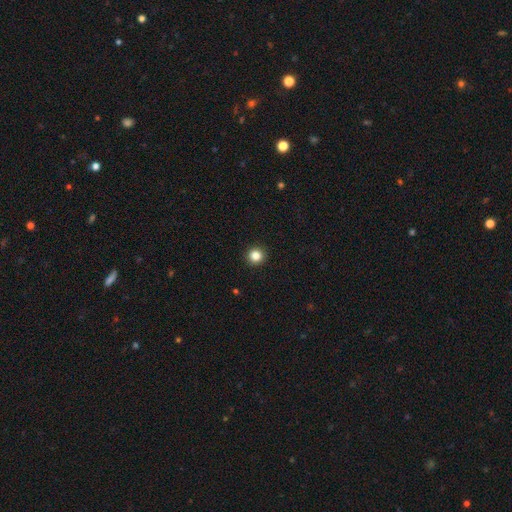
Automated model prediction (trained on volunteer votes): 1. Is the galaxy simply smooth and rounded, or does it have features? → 84% smooth, 11% star or artifact, 5% featured or disk.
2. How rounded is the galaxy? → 94% round, 5% in between, 1% cigar-shaped.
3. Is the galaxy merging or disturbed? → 94% none, 4% minor disturbance, 1% major disturbance, 1% merger.